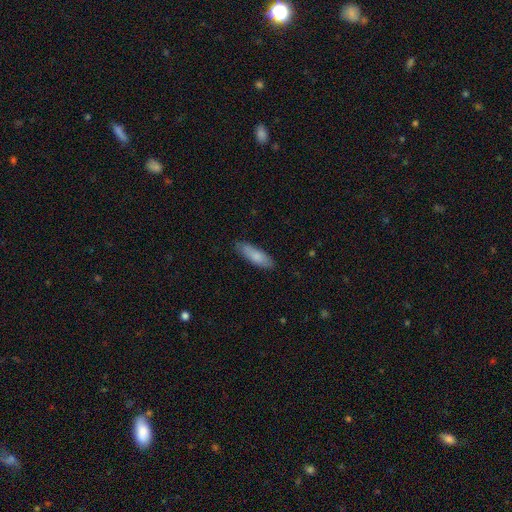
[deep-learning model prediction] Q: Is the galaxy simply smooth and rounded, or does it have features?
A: smooth — 80%.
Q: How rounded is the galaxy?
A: in between — 49%, tied with cigar-shaped.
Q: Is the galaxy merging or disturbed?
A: none — 81%.